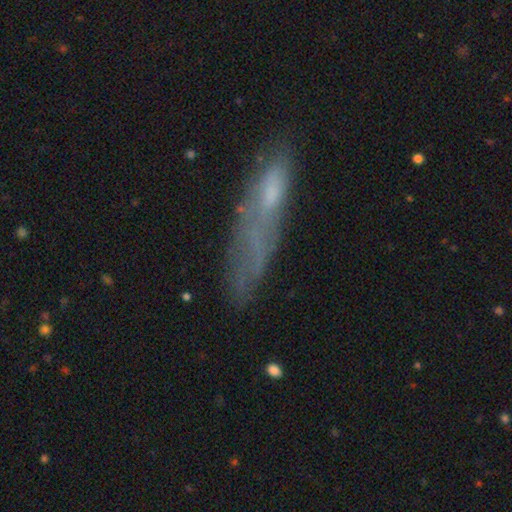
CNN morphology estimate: This is possibly a smooth galaxy (50%). Merging: possibly none (53%).